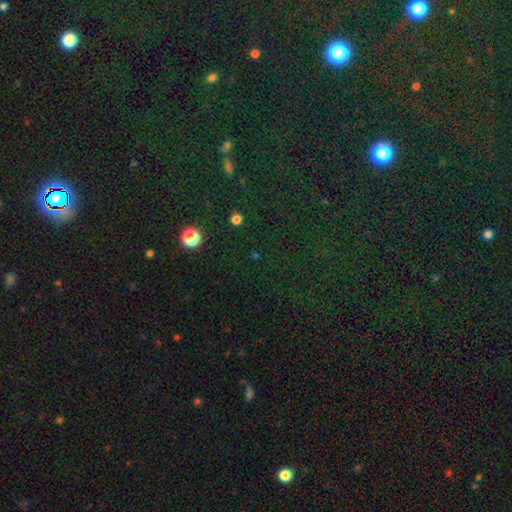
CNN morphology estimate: Smooth or featured: star or artifact — 65% (smooth — 28%)